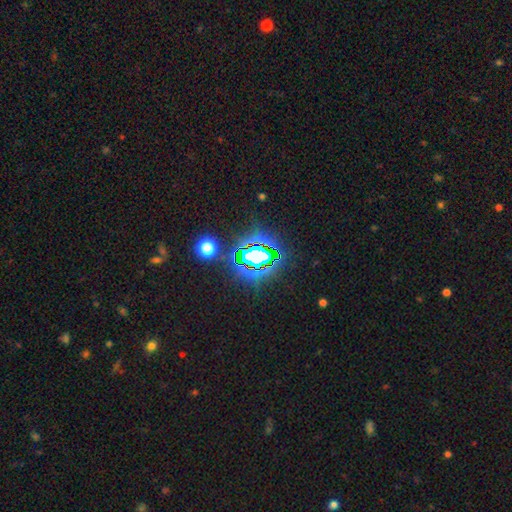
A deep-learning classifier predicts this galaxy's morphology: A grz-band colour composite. It shows a star or artifact, not a galaxy (75%).